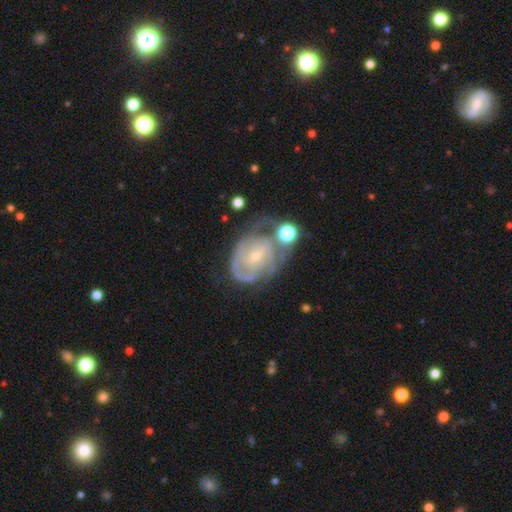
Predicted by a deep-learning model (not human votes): Q: Smooth or featured?
A: featured or disk (77%); runner-up: smooth (16%)
Q: Edge-on disk?
A: no (97%); runner-up: yes (3%)
Q: Bar?
A: no (64%); runner-up: weak (29%)
Q: Spiral arms?
A: yes (80%); runner-up: no (20%)
Q: Spiral winding?
A: tight (58%); runner-up: medium (30%)
Q: Spiral arm count?
A: can't tell (48%); runner-up: 2 (26%)
Q: Bulge size?
A: small (77%); runner-up: moderate (19%)
Q: Merging?
A: none (39%); runner-up: minor disturbance (25%)